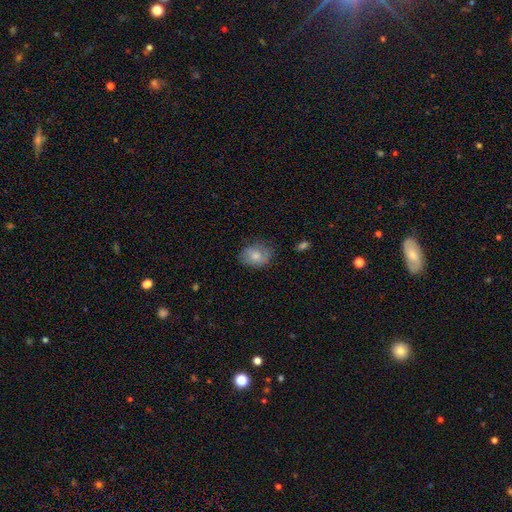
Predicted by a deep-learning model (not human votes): Smooth or featured: smooth — 75% (featured or disk — 18%)
How rounded: in between — 62% (round — 37%)
Merging: none — 69% (minor disturbance — 23%)